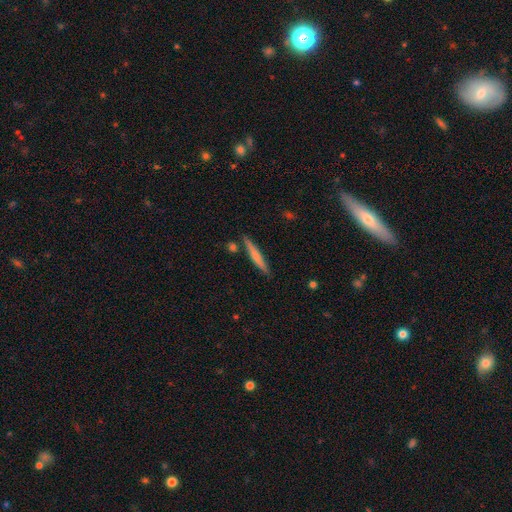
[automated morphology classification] The model was most divided on "smooth or featured": smooth: 60%, featured or disk: 35%, star or artifact: 5%. More confident: how rounded — cigar-shaped (95%); merging — none (85%).